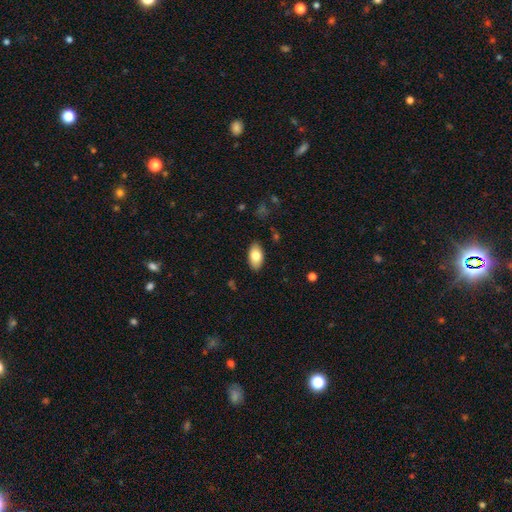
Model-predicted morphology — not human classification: Smooth or featured?
  - smooth: 80% *
  - featured or disk: 14%
  - star or artifact: 7%
How rounded?
  - in between: 94% *
  - round: 4%
  - cigar-shaped: 2%
Merging?
  - none: 87% *
  - minor disturbance: 10%
  - major disturbance: 2%
  - merger: 1%